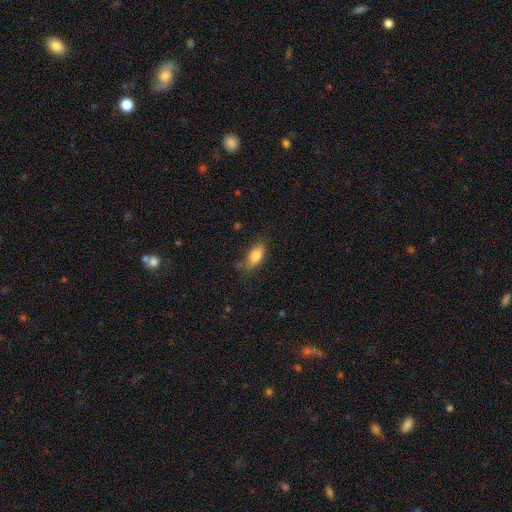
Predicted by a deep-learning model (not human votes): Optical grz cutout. It shows a smooth galaxy with no disk features (82%) that is in between round and cigar-shaped (85%). Merging: none (73%).